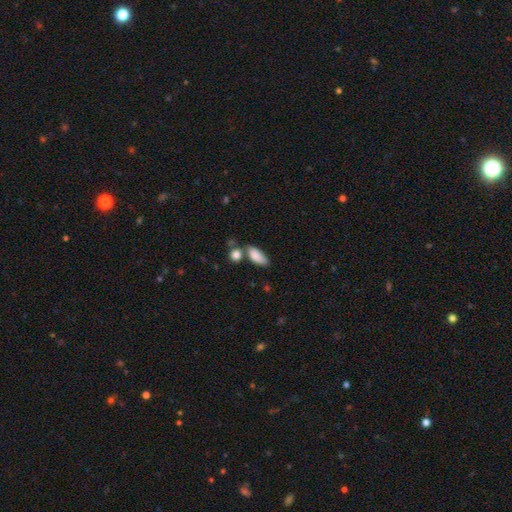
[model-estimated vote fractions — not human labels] The model was most divided on "merging": none: 53%, merger: 22%, minor disturbance: 19%, major disturbance: 6%. More confident: smooth or featured — smooth (86%); how rounded — in between (85%).